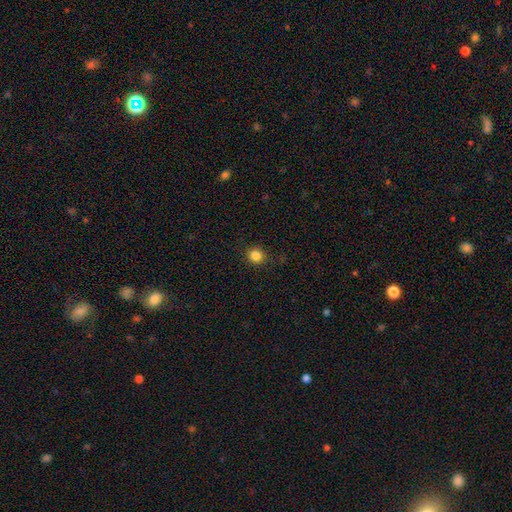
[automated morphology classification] smooth-or-featured: smooth: 85% | star or artifact: 12% | featured or disk: 4%
  how-rounded: round: 87% | in between: 12% | cigar-shaped: 1%
  merging: none: 90% | minor disturbance: 7% | major disturbance: 2% | merger: 1%